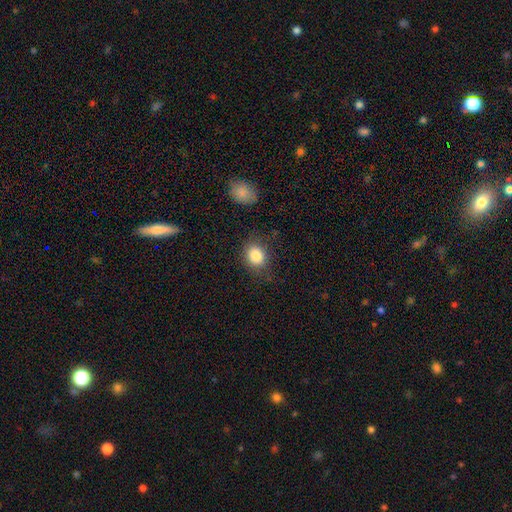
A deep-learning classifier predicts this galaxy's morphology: Smooth or featured: smooth — 85% (star or artifact — 9%)
How rounded: round — 60% (in between — 39%)
Merging: none — 76% (minor disturbance — 16%)